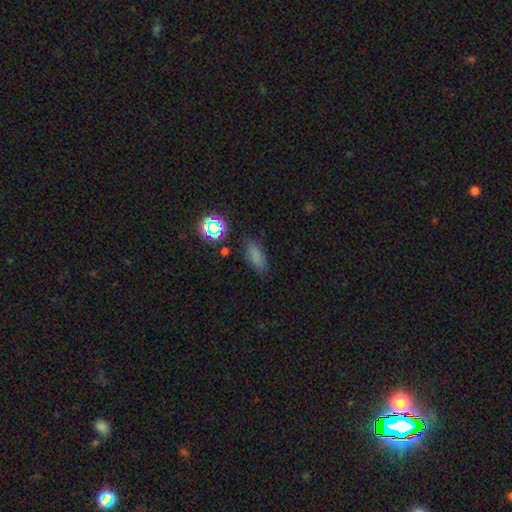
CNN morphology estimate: smooth 75%, star or artifact 18%, featured or disk 7%. Down the decision tree: how rounded — in between (76%); merging — none (79%).